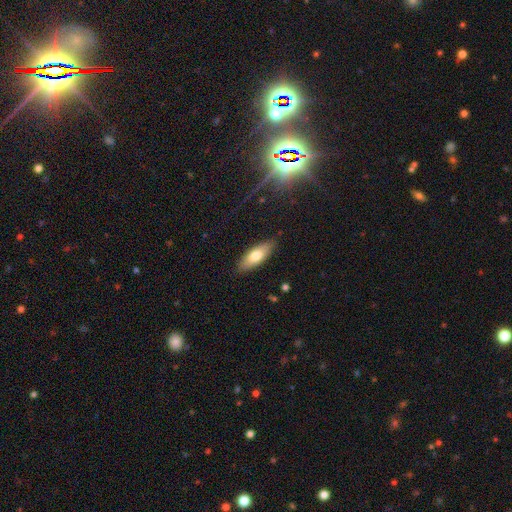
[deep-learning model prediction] This appears to be a smooth galaxy with no disk features (73%) that is in between round and cigar-shaped (66%). Merging: none (86%).